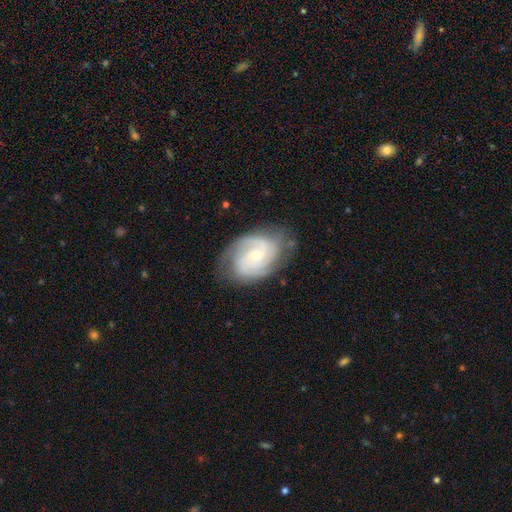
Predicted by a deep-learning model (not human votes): Smooth or featured? featured or disk (87%)
Edge-on disk? no (97%)
Bar? no (60%)
Spiral arms? yes (97%)
Spiral winding? tight (57%)
Spiral arm count? 2 (33%, tied with 3)
Bulge size? small (64%)
Merging? none (75%)